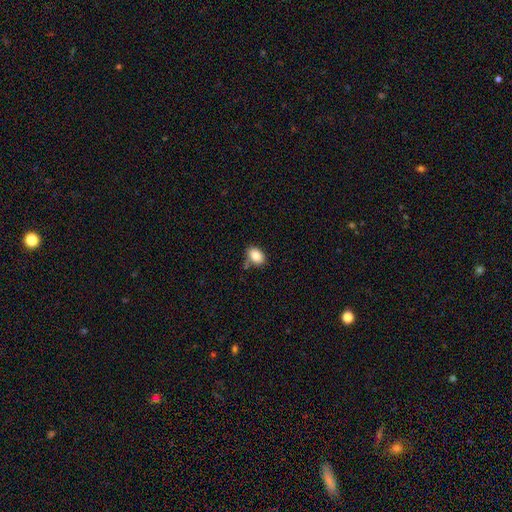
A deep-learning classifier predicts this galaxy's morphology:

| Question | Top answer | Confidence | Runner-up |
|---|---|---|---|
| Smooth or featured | smooth | 84% | star or artifact (9%) |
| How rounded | in between | 78% | round (21%) |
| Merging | none | 68% | minor disturbance (20%) |